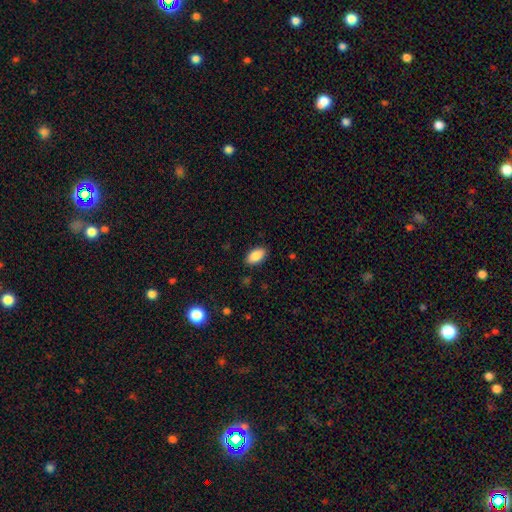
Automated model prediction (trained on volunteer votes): Smooth or featured?
  - smooth: 88% *
  - star or artifact: 7%
  - featured or disk: 4%
How rounded?
  - in between: 93% *
  - round: 4%
  - cigar-shaped: 3%
Merging?
  - none: 87% *
  - minor disturbance: 9%
  - major disturbance: 2%
  - merger: 1%